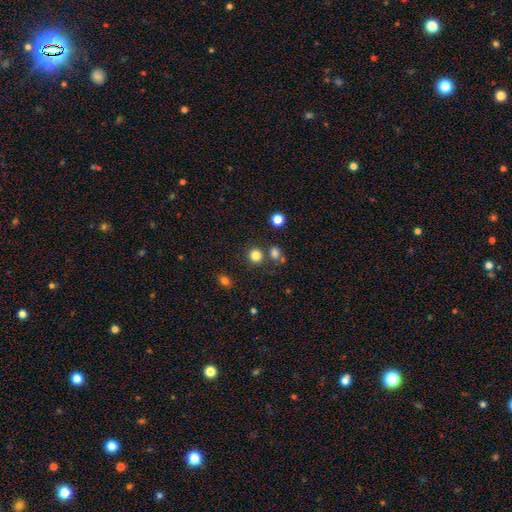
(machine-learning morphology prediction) Overall: smooth (81%). How rounded: round (89%). Merging: none (78%).